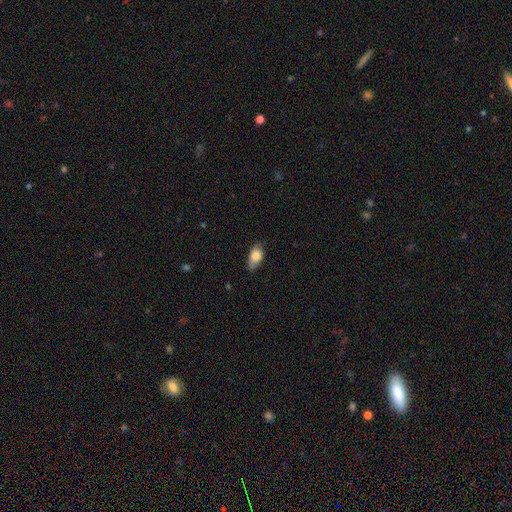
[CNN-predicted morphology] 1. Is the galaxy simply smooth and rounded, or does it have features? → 82% smooth, 11% featured or disk, 7% star or artifact.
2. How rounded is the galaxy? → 89% in between, 6% round, 5% cigar-shaped.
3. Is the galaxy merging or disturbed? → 67% none, 27% minor disturbance, 4% major disturbance, 1% merger.